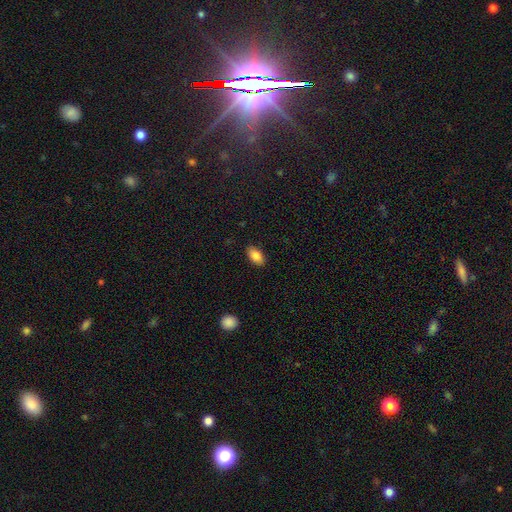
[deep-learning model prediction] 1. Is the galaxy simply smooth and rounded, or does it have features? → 85% smooth, 8% star or artifact, 7% featured or disk.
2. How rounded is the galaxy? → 92% in between, 6% round, 2% cigar-shaped.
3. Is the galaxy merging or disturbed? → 88% none, 9% minor disturbance, 2% major disturbance, 1% merger.